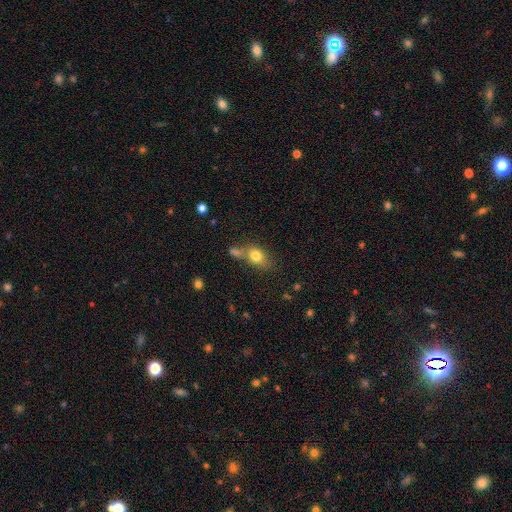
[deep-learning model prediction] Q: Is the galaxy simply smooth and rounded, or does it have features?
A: smooth — 78%.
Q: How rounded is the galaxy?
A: in between — 73%.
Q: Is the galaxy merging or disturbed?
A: none — 44%.